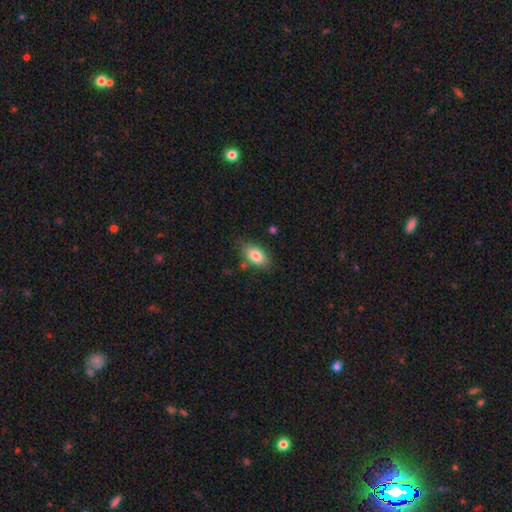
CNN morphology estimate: Smooth or featured: smooth — 82% (featured or disk — 11%)
How rounded: in between — 90% (round — 7%)
Merging: none — 78% (minor disturbance — 16%)